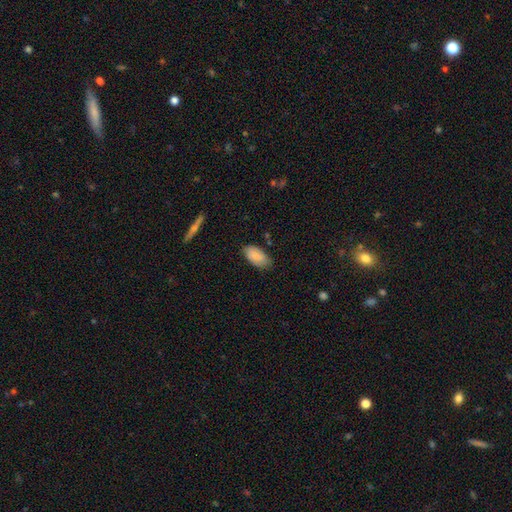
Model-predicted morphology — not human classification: Overall: smooth (84%). How rounded: in between (94%). Merging: none (76%).